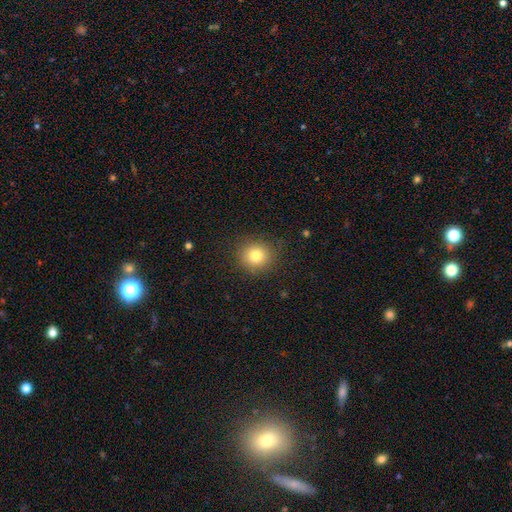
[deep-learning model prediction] smooth_or_featured: smooth (p=0.78) [alt: star or artifact p=0.13]
how_rounded: round (p=0.89) [alt: in between p=0.10]
merging: none (p=0.88) [alt: minor disturbance p=0.08]